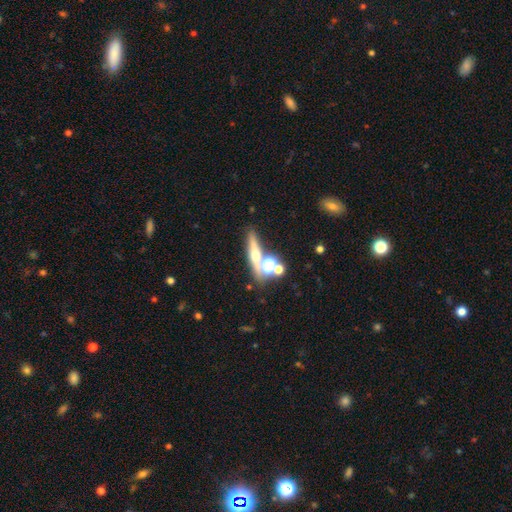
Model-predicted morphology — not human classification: Overall: smooth (40%; featured or disk 37%). Merging: none (66%).